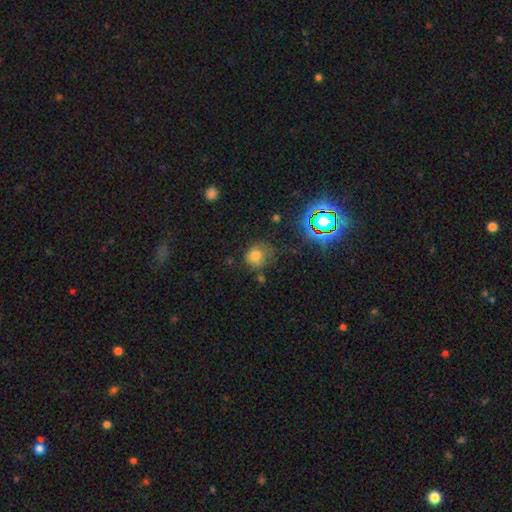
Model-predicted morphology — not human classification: A smooth galaxy with no disk features (71%) that is round (79%).

Vote fractions:
- Smooth or featured? smooth: 71% / star or artifact: 17% / featured or disk: 12%
- How rounded? round: 79% / in between: 20% / cigar-shaped: 1%
- Merging? none: 53% / minor disturbance: 27% / major disturbance: 14% / merger: 6%